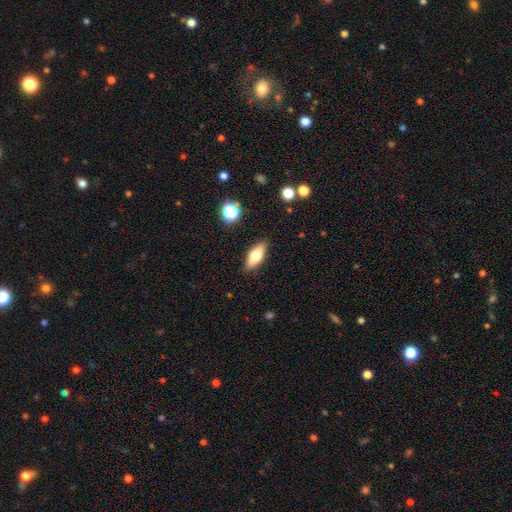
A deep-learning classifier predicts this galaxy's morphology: smooth_or_featured: smooth (p=0.65) [alt: featured or disk p=0.28]
how_rounded: in between (p=0.71) [alt: cigar-shaped p=0.25]
merging: none (p=0.87) [alt: minor disturbance p=0.10]